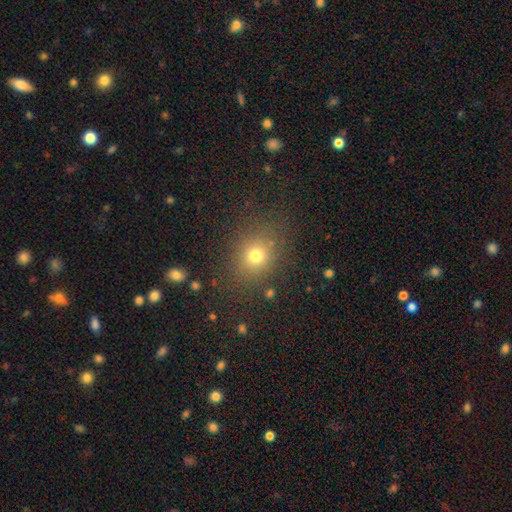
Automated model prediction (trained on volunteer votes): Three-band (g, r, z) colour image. It shows a smooth galaxy with no disk features (74%) that is round (66%). Merging: none (81%).